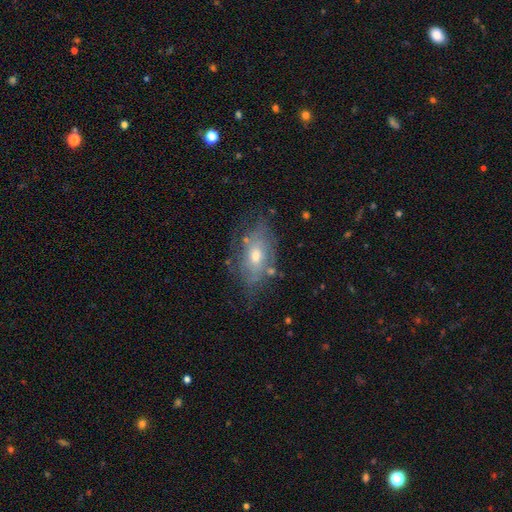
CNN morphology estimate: This appears to be a featured or disk galaxy (59%) with no bar (77%), spiral arms (56%) and a moderate central bulge (67%). Merging: none (58%).